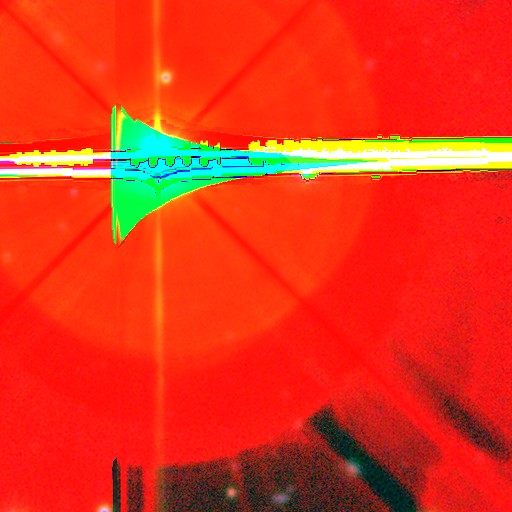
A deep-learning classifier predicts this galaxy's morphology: Smooth or featured? Predicted: star or artifact (p=0.88).